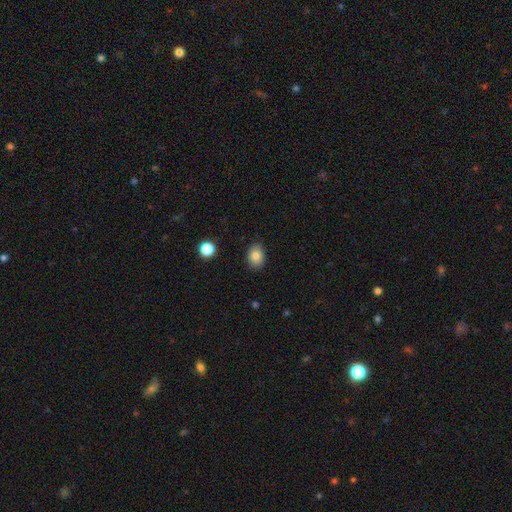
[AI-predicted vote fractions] smooth_or_featured: smooth (p=0.81) [alt: featured or disk p=0.10]
how_rounded: in between (p=0.64) [alt: round p=0.35]
merging: none (p=0.84) [alt: minor disturbance p=0.13]